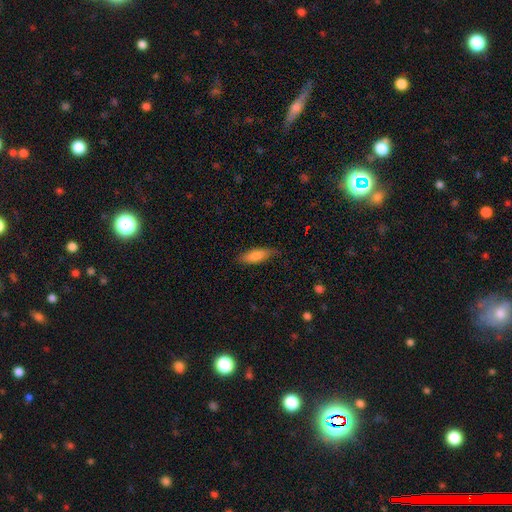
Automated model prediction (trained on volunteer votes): Smooth or featured: smooth — 83% (featured or disk — 11%)
How rounded: in between — 61% (cigar-shaped — 37%)
Merging: none — 75% (minor disturbance — 20%)